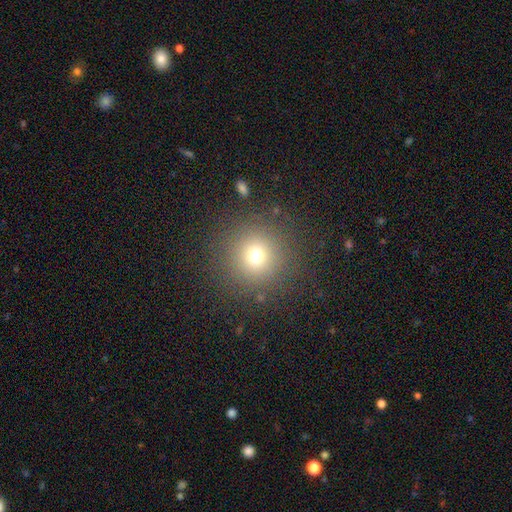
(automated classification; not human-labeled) This appears to be a smooth galaxy with no disk features (71%) that is round (95%). Merging: none (87%).